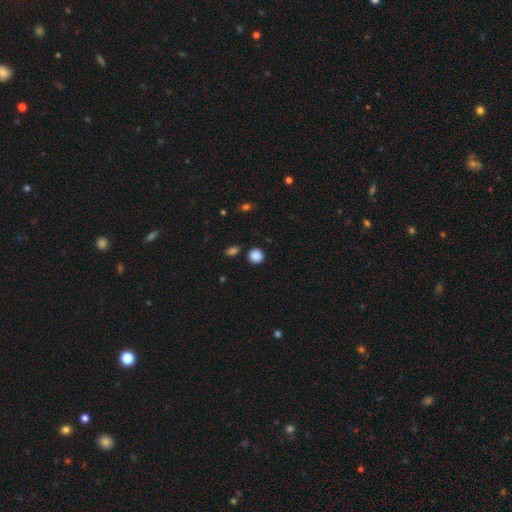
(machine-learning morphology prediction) smooth-or-featured: smooth: 87% | star or artifact: 10% | featured or disk: 3%
  how-rounded: round: 89% | in between: 10% | cigar-shaped: 1%
  merging: none: 87% | minor disturbance: 7% | merger: 3% | major disturbance: 2%